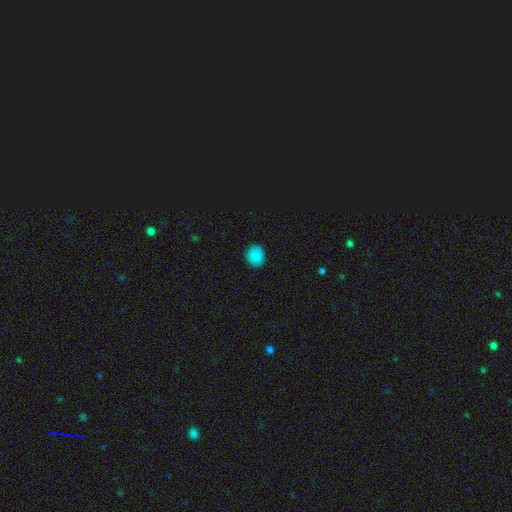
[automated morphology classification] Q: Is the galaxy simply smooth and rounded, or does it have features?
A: smooth — 86%.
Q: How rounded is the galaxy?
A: round — 78%.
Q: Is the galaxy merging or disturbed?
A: none — 88%.